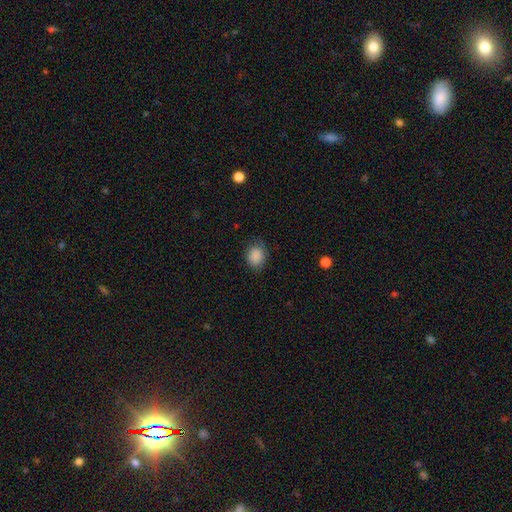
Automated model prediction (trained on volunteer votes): Smooth or featured?
  - smooth: 88% *
  - star or artifact: 9%
  - featured or disk: 3%
How rounded?
  - round: 57% *
  - in between: 42%
  - cigar-shaped: 1%
Merging?
  - none: 78% *
  - minor disturbance: 16%
  - major disturbance: 4%
  - merger: 1%